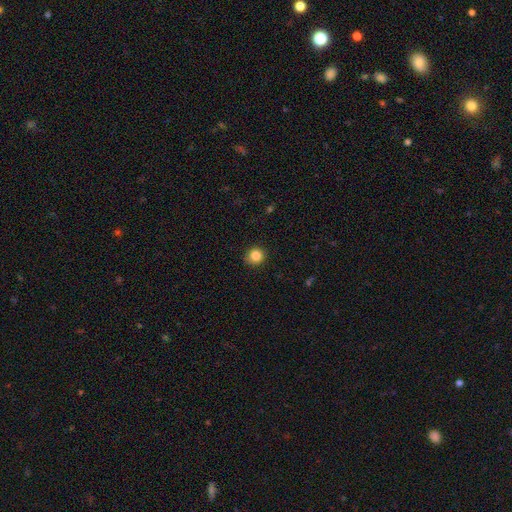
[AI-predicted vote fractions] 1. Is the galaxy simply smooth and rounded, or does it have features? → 85% smooth, 11% star or artifact, 4% featured or disk.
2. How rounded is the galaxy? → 91% round, 8% in between, 1% cigar-shaped.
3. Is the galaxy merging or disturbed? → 88% none, 9% minor disturbance, 2% major disturbance, 1% merger.